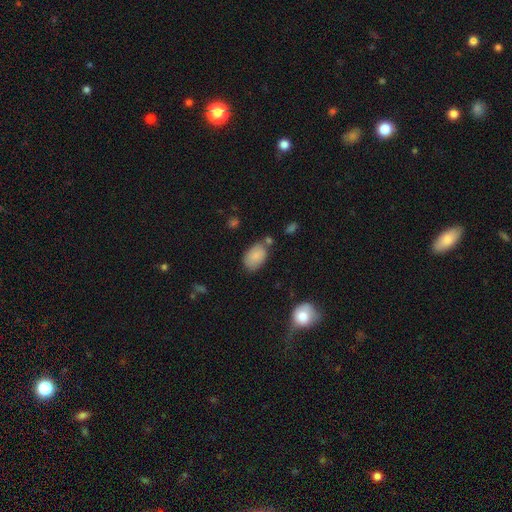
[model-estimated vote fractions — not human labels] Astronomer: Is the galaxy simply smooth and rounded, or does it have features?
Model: smooth — 84%.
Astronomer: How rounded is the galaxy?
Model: in between — 89%.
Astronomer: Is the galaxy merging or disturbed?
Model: none — 63%.